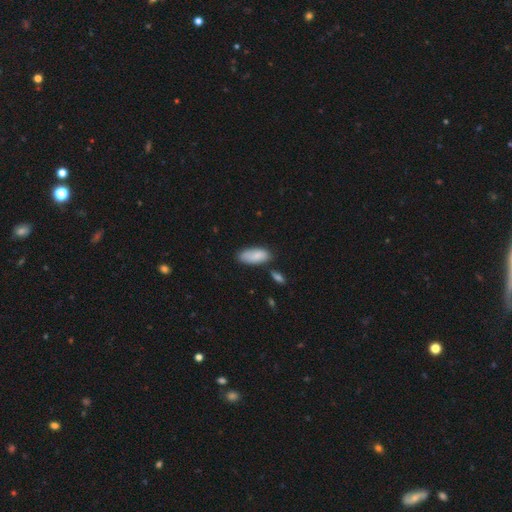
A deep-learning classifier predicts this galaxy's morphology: smooth_or_featured: smooth (p=0.84) [alt: featured or disk p=0.10]
how_rounded: in between (p=0.87) [alt: cigar-shaped p=0.11]
merging: none (p=0.64) [alt: minor disturbance p=0.23]